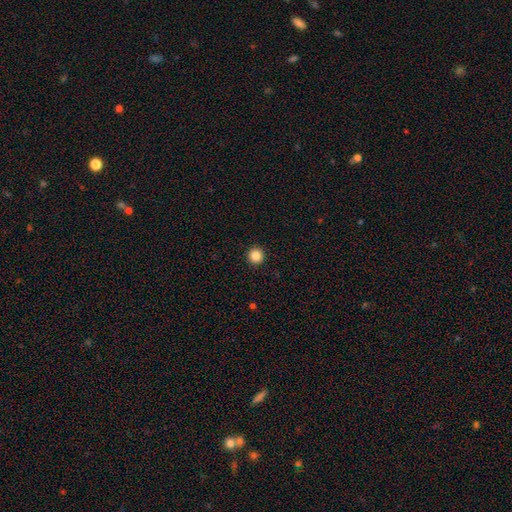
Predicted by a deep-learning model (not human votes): Smooth or featured: smooth — 86% (star or artifact — 11%)
How rounded: round — 96% (in between — 3%)
Merging: none — 94% (minor disturbance — 4%)